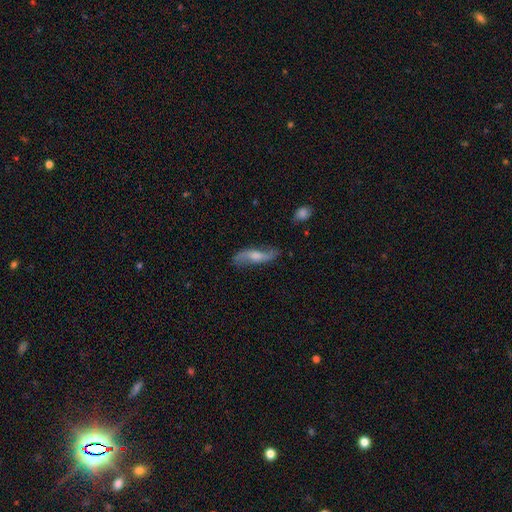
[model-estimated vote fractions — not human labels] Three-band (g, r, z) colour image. It shows a featured or disk galaxy (69%) with no bar (48%), 2 (92%) loose (81%) spiral arms (93%) and a moderate central bulge (50%). Merging: none (75%).